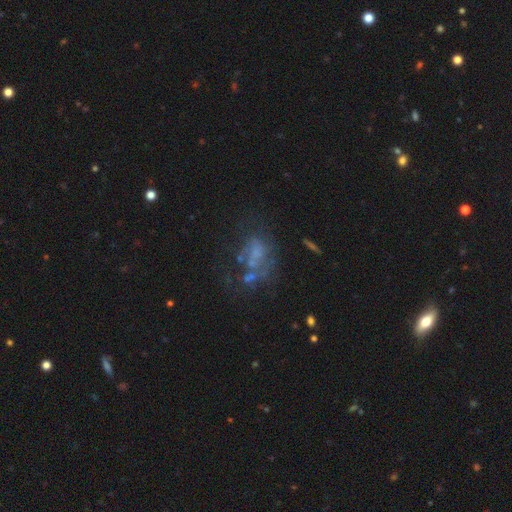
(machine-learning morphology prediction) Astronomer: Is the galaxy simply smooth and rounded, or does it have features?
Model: featured or disk — 51% (runner-up: smooth, 28%).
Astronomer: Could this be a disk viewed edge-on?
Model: no — 97%.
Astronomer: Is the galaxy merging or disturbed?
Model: none — 33% (runner-up: major disturbance, 31%).